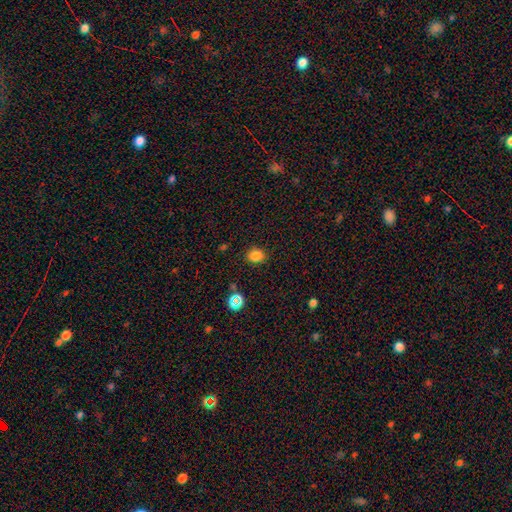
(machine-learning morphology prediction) Smooth or featured?
  - smooth: 82% *
  - star or artifact: 14%
  - featured or disk: 4%
How rounded?
  - round: 67% *
  - in between: 32%
  - cigar-shaped: 1%
Merging?
  - none: 86% *
  - minor disturbance: 10%
  - major disturbance: 3%
  - merger: 2%